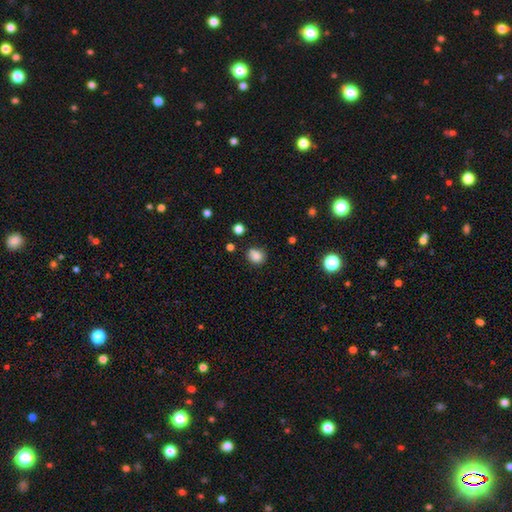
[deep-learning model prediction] Smooth or featured: smooth — 84% (star or artifact — 11%)
How rounded: round — 60% (in between — 39%)
Merging: none — 72% (minor disturbance — 20%)